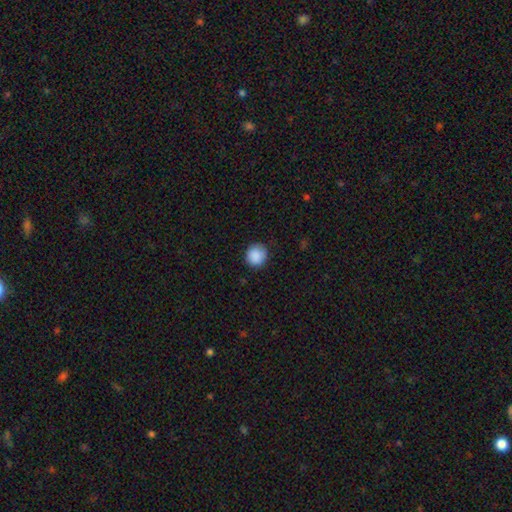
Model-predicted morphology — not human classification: Smooth or featured? smooth (89%)
How rounded? round (90%)
Merging? none (87%)